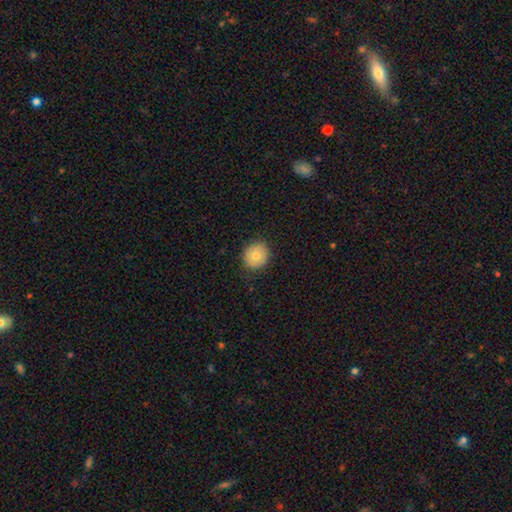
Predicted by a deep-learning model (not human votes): Overall: smooth (75%). How rounded: round (88%). Merging: none (88%).